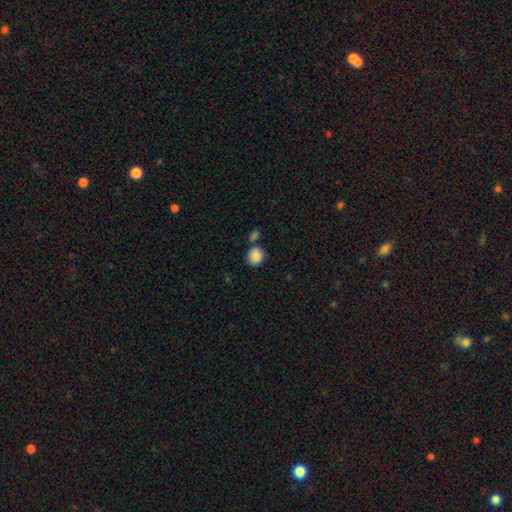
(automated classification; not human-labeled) Overall: smooth (88%). How rounded: round (75%). Merging: none (65%).